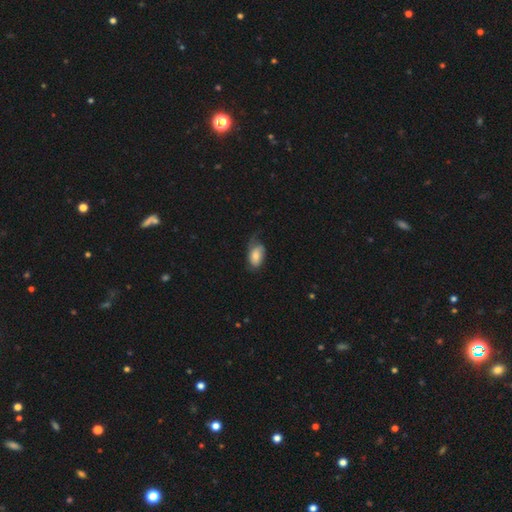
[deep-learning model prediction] Smooth or featured: smooth — 71% (featured or disk — 22%)
How rounded: in between — 92% (round — 5%)
Merging: none — 43% (minor disturbance — 35%)